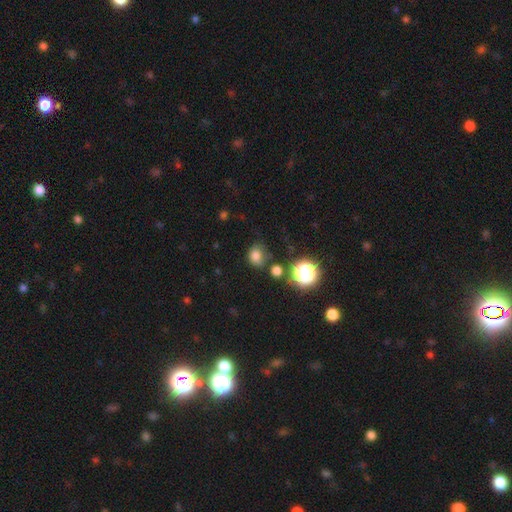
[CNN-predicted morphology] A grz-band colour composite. It shows a smooth galaxy with no disk features (75%) that is round (66%). Merging: none (64%).